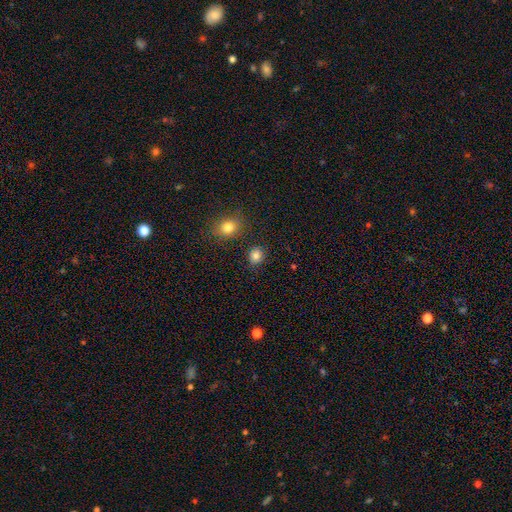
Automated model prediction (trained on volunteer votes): Overall: smooth (83%). How rounded: round (78%). Merging: none (86%).